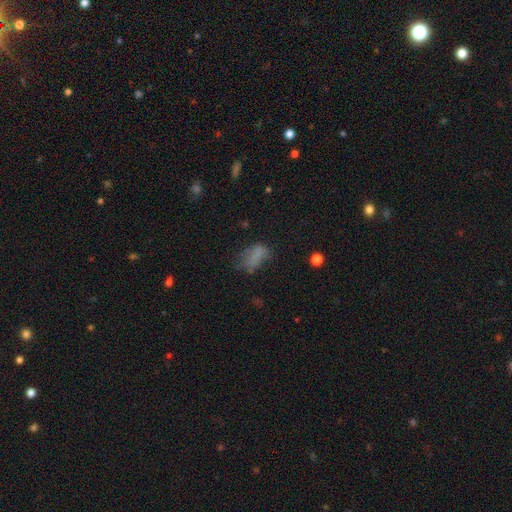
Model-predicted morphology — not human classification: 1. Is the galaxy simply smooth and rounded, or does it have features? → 65% smooth, 20% featured or disk, 16% star or artifact.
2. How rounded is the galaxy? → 86% in between, 8% round, 6% cigar-shaped.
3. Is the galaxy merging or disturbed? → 39% none, 28% major disturbance, 28% minor disturbance, 5% merger.